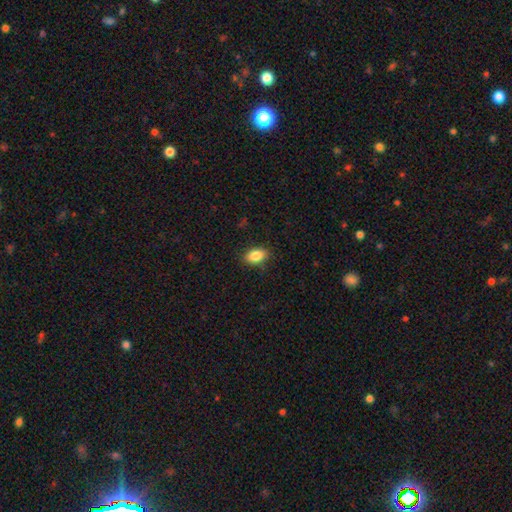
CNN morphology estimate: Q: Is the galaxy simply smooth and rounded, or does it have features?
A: smooth — 86%.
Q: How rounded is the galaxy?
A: in between — 88%.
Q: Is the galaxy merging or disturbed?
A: none — 87%.